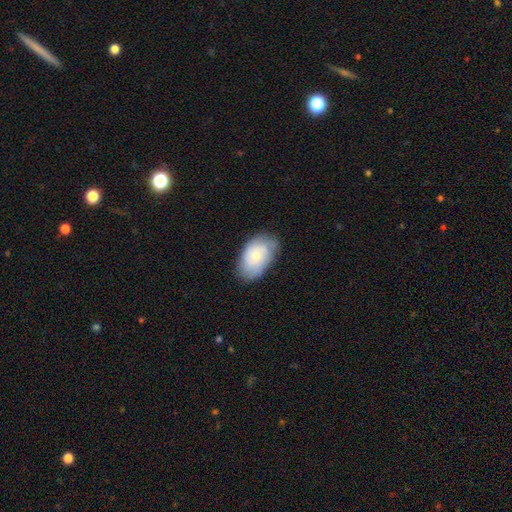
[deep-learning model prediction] Morphology: type=smooth (65%); roundness=in between (91%); merging=none (72%).